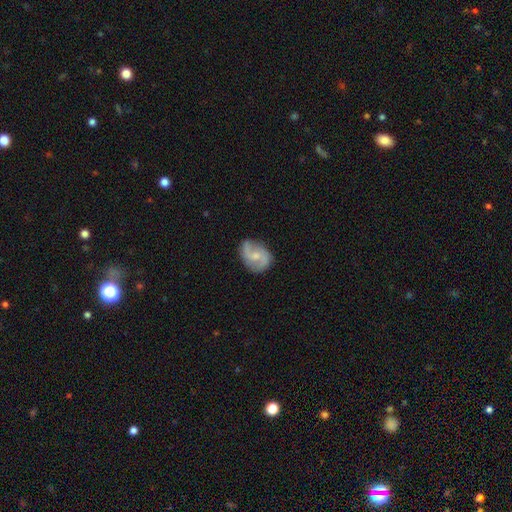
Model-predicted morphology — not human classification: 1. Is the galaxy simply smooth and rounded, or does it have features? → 76% featured or disk, 19% smooth, 6% star or artifact.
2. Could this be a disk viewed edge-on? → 98% no, 2% yes.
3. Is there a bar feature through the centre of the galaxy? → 47% weak, 44% no, 9% strong.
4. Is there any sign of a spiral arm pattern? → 94% yes, 6% no.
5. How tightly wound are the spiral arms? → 47% loose, 41% medium, 12% tight.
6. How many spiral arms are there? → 89% 2, 5% can't tell, 3% 1, 1% 3, 1% 4, 1% more than 4.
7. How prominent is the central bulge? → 49% small, 41% moderate, 8% none, 2% large, 1% dominant.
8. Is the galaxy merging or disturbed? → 75% none, 19% minor disturbance, 5% major disturbance, 1% merger.